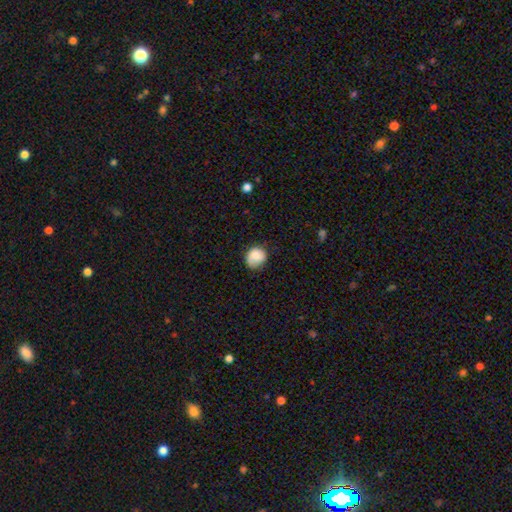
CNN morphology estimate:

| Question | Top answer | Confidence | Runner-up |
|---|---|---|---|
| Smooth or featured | smooth | 80% | featured or disk (12%) |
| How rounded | round | 76% | in between (23%) |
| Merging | none | 63% | minor disturbance (28%) |